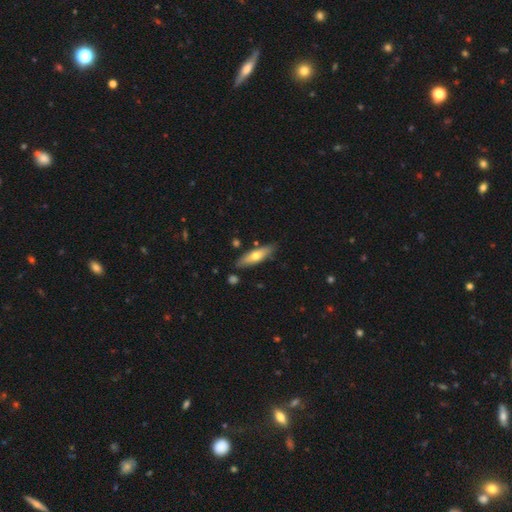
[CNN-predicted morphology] smooth-or-featured: smooth: 57% | featured or disk: 37% | star or artifact: 6%
  how-rounded: cigar-shaped: 56% | in between: 42% | round: 2%
  merging: none: 83% | minor disturbance: 12% | merger: 3% | major disturbance: 2%